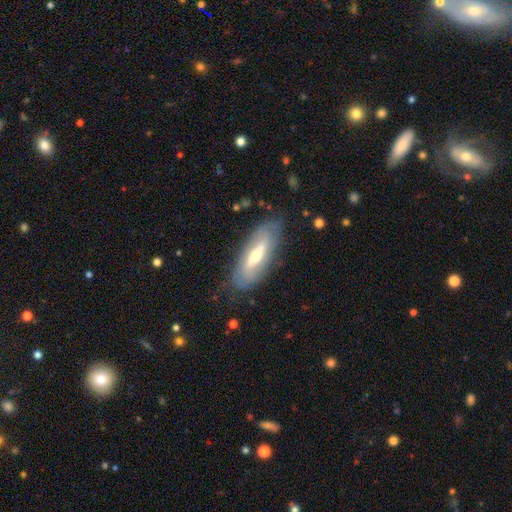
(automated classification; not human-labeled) Smooth or featured: featured or disk — 57% (smooth — 37%)
Edge-on disk: no — 73% (yes — 27%)
Merging: none — 79% (minor disturbance — 15%)